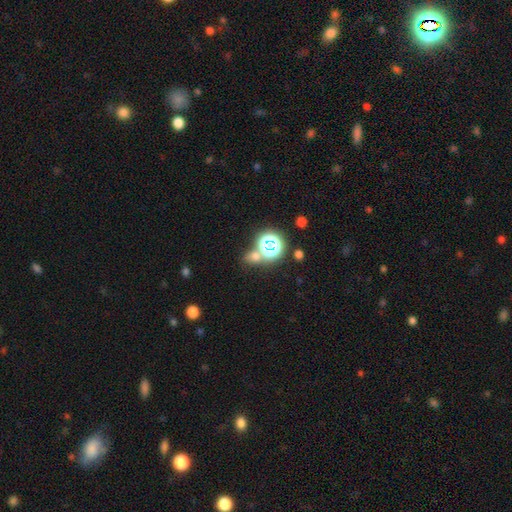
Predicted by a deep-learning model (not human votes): Overall: smooth (48%; star or artifact 43%). Merging: none (59%; merger 26%).